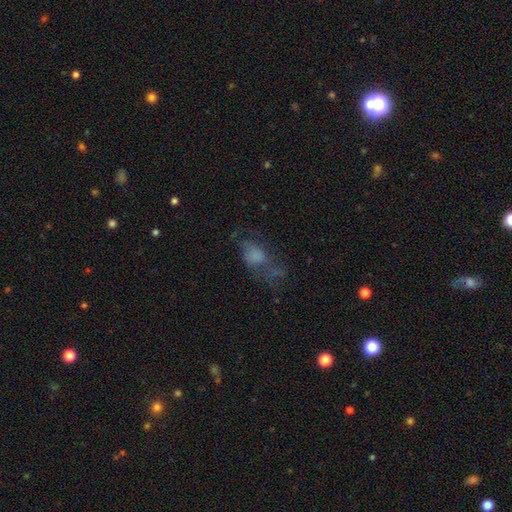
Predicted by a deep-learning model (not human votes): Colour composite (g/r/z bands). It shows a smooth galaxy with no disk features (53%) that is in between round and cigar-shaped (74%). Merging: major disturbance (45%).